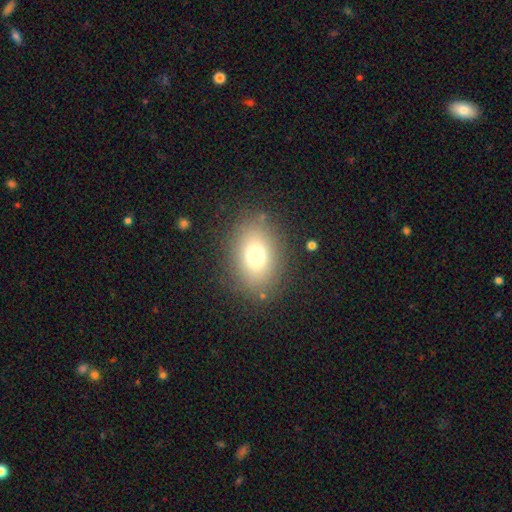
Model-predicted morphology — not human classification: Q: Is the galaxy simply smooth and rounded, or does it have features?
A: smooth — 75%.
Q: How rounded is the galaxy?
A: in between — 74%.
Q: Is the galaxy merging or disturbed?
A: none — 83%.